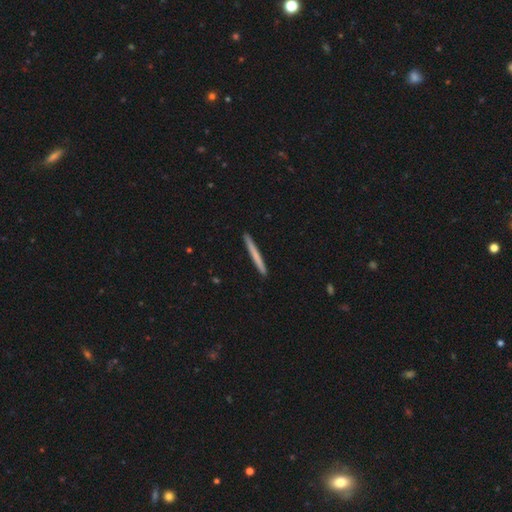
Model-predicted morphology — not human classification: This appears to be a smooth galaxy with no disk features (65%) that is cigar-shaped (97%). Merging: none (93%).